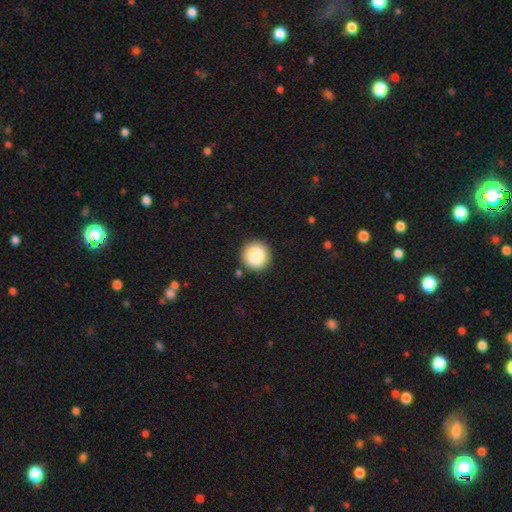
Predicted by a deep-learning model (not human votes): Morphology: type=smooth (85%); roundness=round (93%); merging=none (89%).